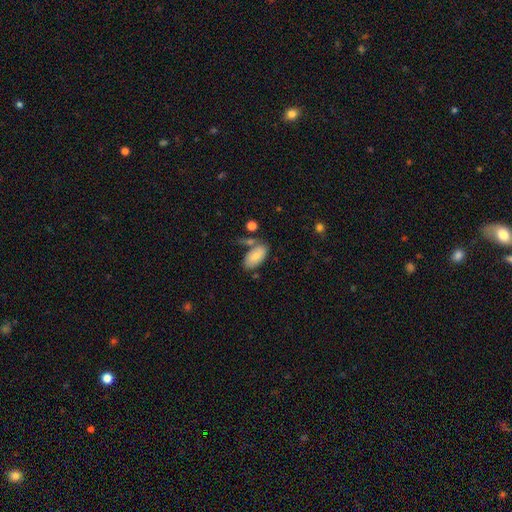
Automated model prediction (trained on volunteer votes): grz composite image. It shows a smooth galaxy with no disk features (79%) that is in between round and cigar-shaped (93%). Merging: none (56%).